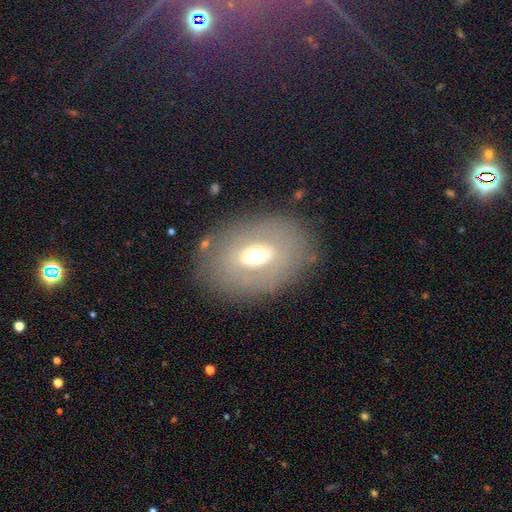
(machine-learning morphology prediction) smooth-or-featured: smooth: 48% | featured or disk: 41% | star or artifact: 11%
  merging: none: 79% | minor disturbance: 12% | major disturbance: 8% | merger: 2%